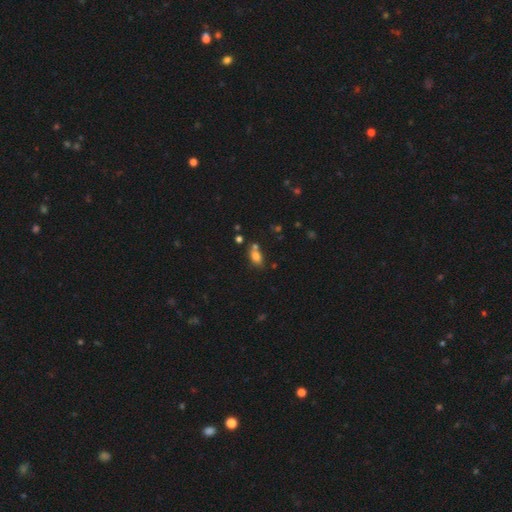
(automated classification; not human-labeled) smooth-or-featured: smooth: 78% | star or artifact: 13% | featured or disk: 9%
  how-rounded: in between: 79% | round: 17% | cigar-shaped: 4%
  merging: none: 52% | merger: 27% | minor disturbance: 16% | major disturbance: 6%